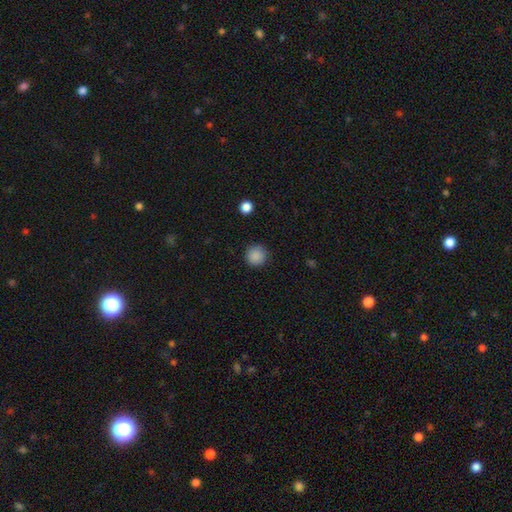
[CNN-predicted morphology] Overall: smooth (88%). How rounded: round (94%). Merging: none (90%).